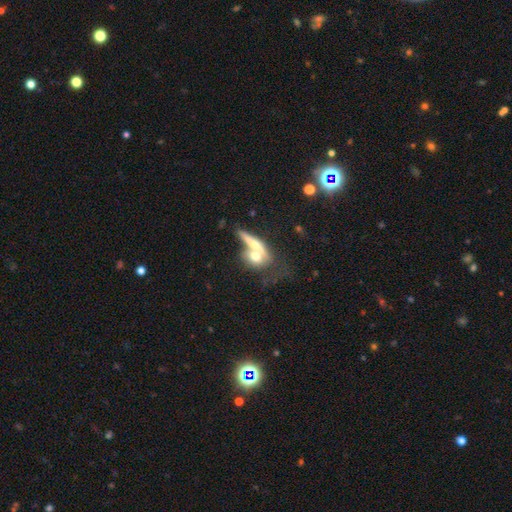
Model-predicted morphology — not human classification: Smooth or featured?
  - smooth: 55% *
  - featured or disk: 37%
  - star or artifact: 8%
How rounded?
  - in between: 41% *
  - round: 32%
  - cigar-shaped: 28%
Merging?
  - merger: 56% *
  - none: 27%
  - minor disturbance: 10%
  - major disturbance: 8%